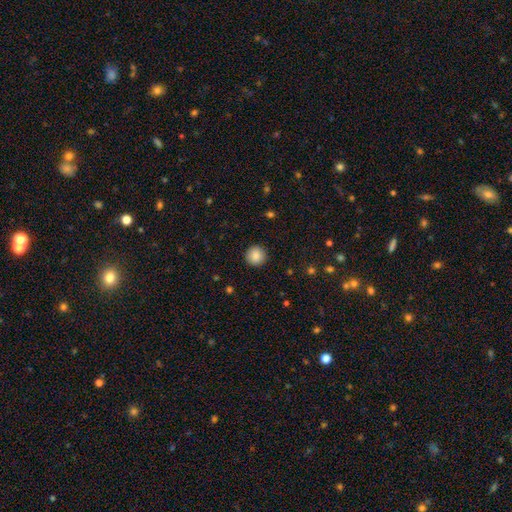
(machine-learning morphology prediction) A smooth galaxy with no disk features (88%) that is round (94%). Merging: none (92%).